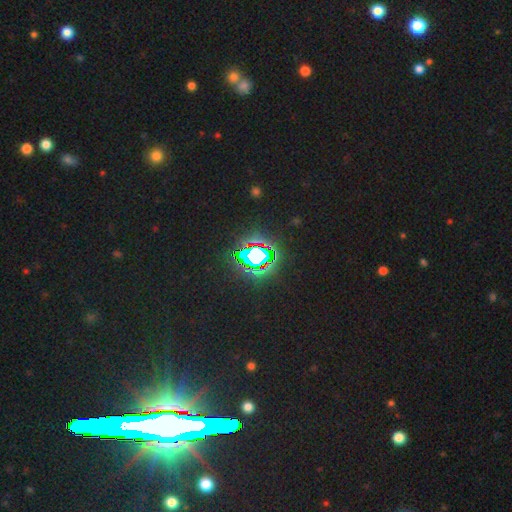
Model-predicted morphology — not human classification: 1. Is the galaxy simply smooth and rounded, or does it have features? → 73% star or artifact, 16% smooth, 10% featured or disk.